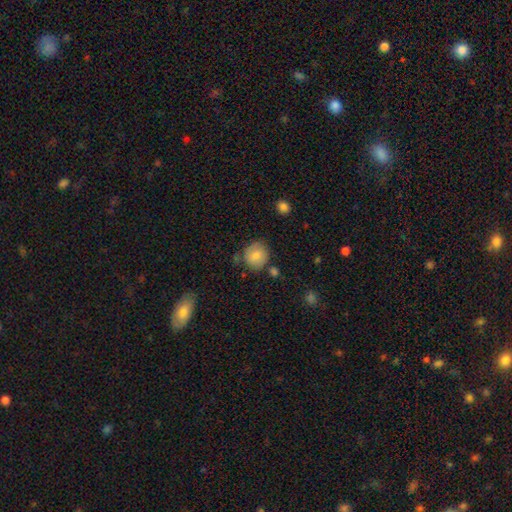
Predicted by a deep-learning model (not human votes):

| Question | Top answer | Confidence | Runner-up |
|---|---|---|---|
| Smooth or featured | smooth | 79% | featured or disk (13%) |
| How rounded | round | 81% | in between (18%) |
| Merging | none | 71% | minor disturbance (18%) |